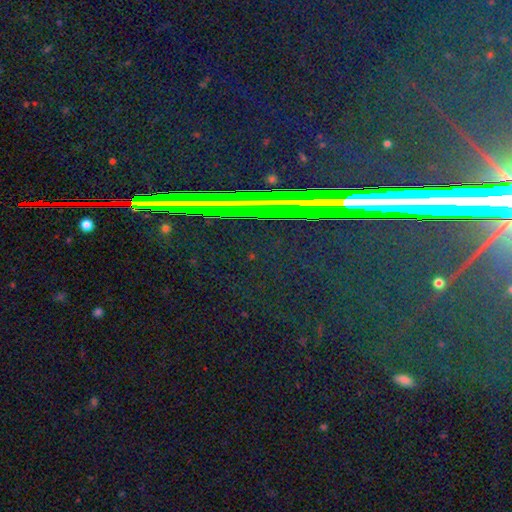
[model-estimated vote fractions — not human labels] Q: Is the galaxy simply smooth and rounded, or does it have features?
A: star or artifact — 85%.